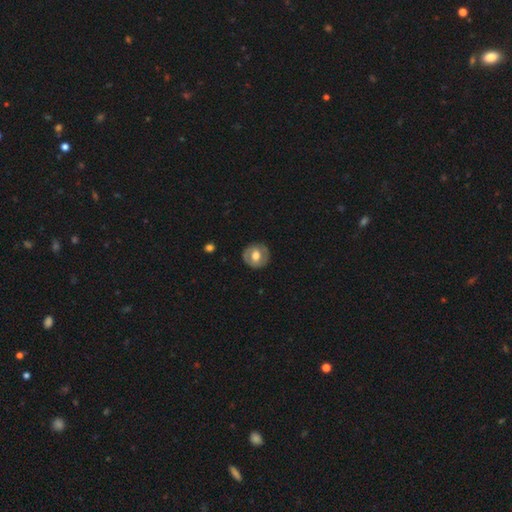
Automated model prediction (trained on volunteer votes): A featured or disk galaxy (51%). Merging: none (83%).